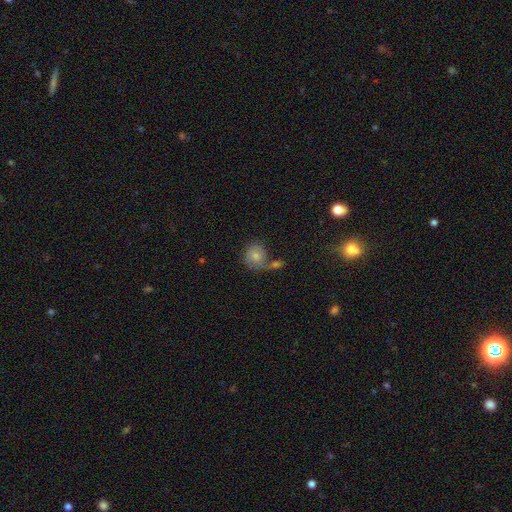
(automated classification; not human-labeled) Smooth or featured: smooth — 76% (featured or disk — 16%)
How rounded: round — 76% (in between — 23%)
Merging: none — 41% (merger — 34%)